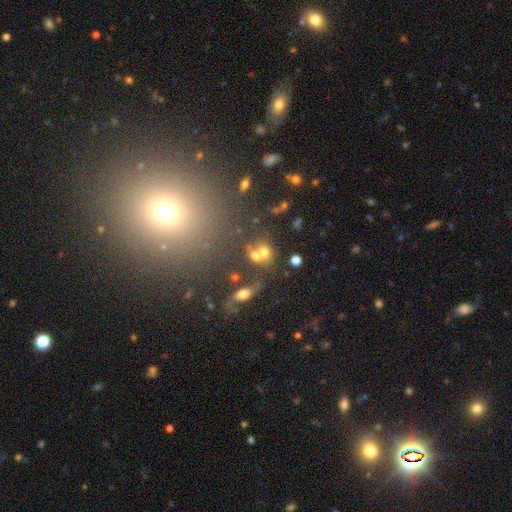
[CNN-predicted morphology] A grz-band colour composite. It shows a smooth galaxy with no disk features (63%) that is in between round and cigar-shaped (49%, tied with round). Merging: merger (48%).